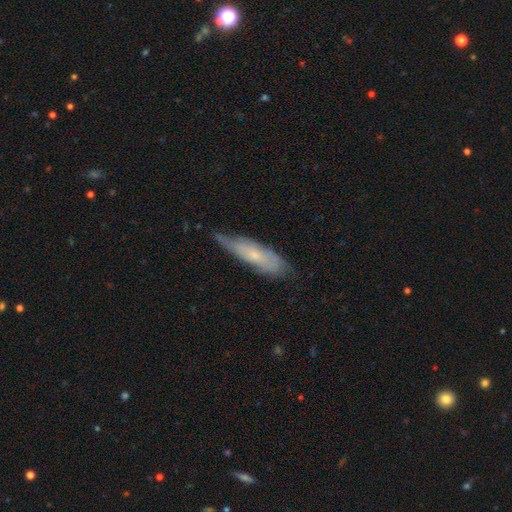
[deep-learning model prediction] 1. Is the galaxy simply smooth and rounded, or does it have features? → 47% featured or disk, 43% smooth, 10% star or artifact.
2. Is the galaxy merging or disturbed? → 62% none, 30% minor disturbance, 7% major disturbance, 2% merger.